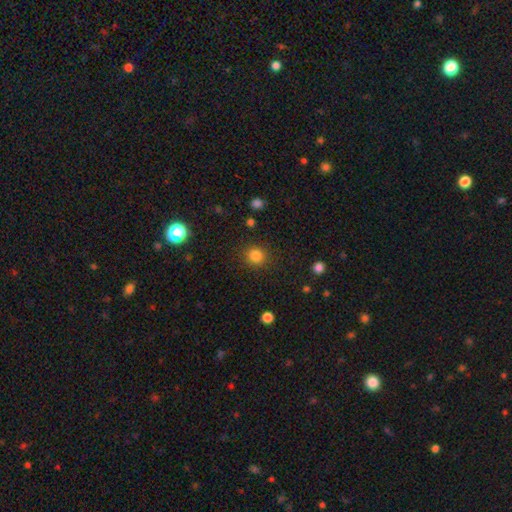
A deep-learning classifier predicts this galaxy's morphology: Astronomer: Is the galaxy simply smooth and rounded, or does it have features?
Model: smooth — 83%.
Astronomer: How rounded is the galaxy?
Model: round — 90%.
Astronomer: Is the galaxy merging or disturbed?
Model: none — 88%.